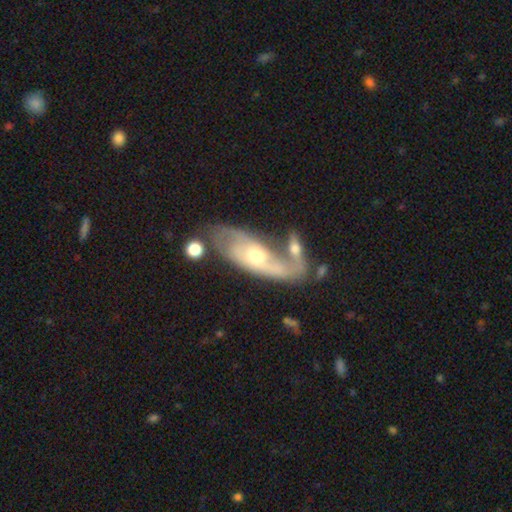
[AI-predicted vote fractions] featured or disk 78%, smooth 16%, star or artifact 6%. Down the decision tree: edge-on disk — no (86%); bar — no (66%); spiral arms — yes (84%); spiral arm count — 2 (63%); spiral winding — medium (40%); bulge size — moderate (66%); merging — none (42%).